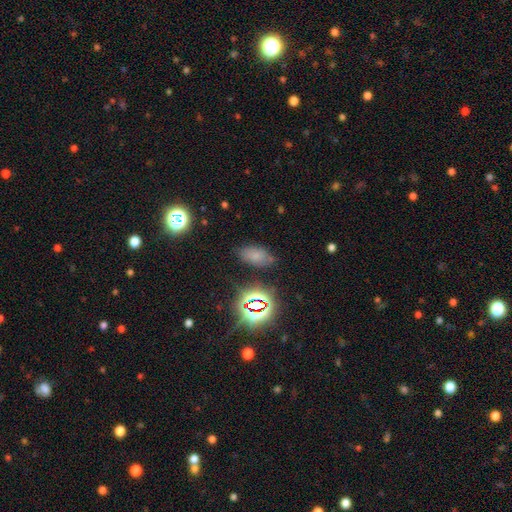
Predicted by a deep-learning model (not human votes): This is likely a smooth galaxy (62%). How rounded: clearly in between (90%). Merging: likely none (76%).